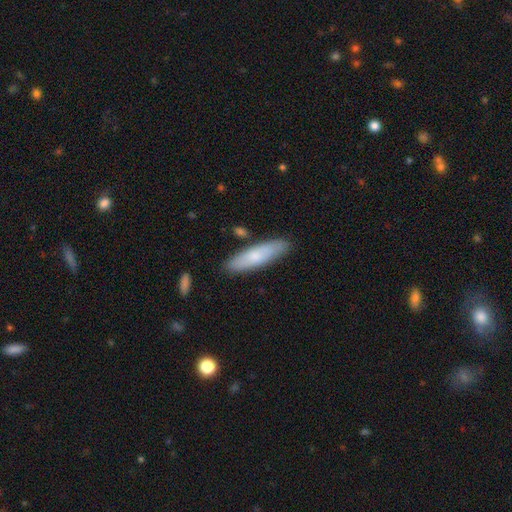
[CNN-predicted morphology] smooth 73%, featured or disk 22%, star or artifact 6%. Down the decision tree: how rounded — cigar-shaped (66%); merging — none (84%).